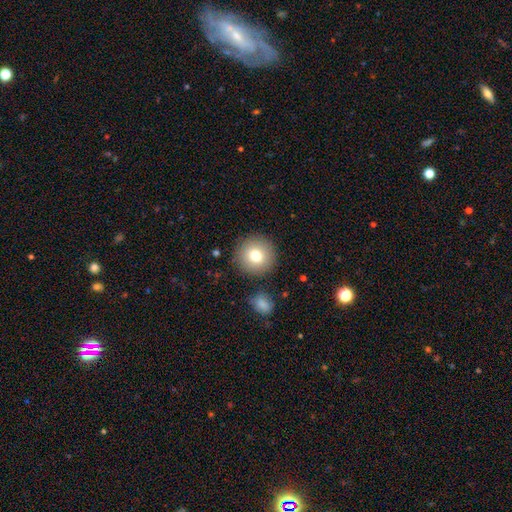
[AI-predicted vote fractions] smooth 77%, featured or disk 13%, star or artifact 10%. Down the decision tree: how rounded — round (95%); merging — none (87%).